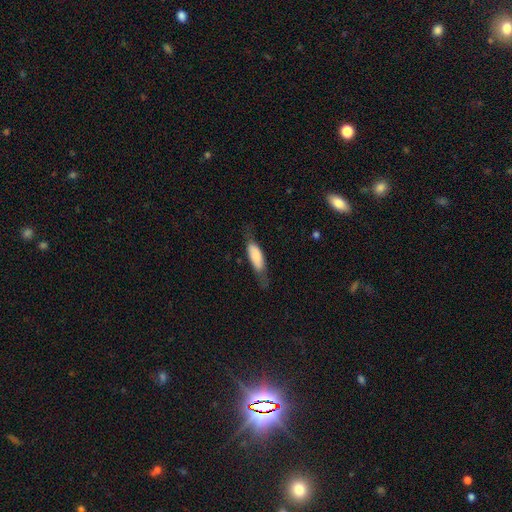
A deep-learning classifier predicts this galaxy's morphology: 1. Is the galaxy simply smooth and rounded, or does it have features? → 74% smooth, 20% featured or disk, 6% star or artifact.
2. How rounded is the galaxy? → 60% in between, 38% cigar-shaped, 2% round.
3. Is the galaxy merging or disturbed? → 58% none, 27% minor disturbance, 13% major disturbance, 2% merger.